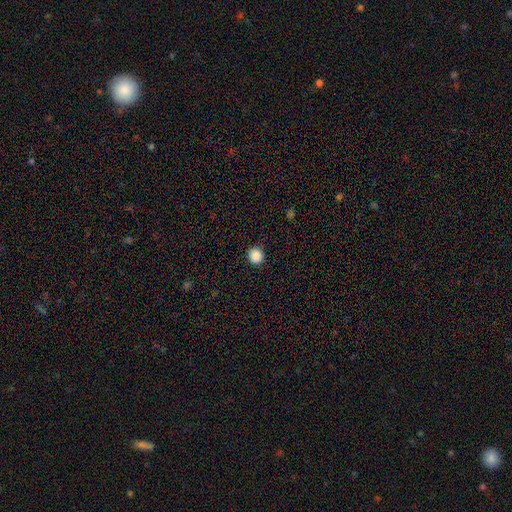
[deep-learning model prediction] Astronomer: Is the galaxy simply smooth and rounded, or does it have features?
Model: smooth — 88%.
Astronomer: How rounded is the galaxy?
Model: round — 93%.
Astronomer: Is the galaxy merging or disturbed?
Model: none — 92%.